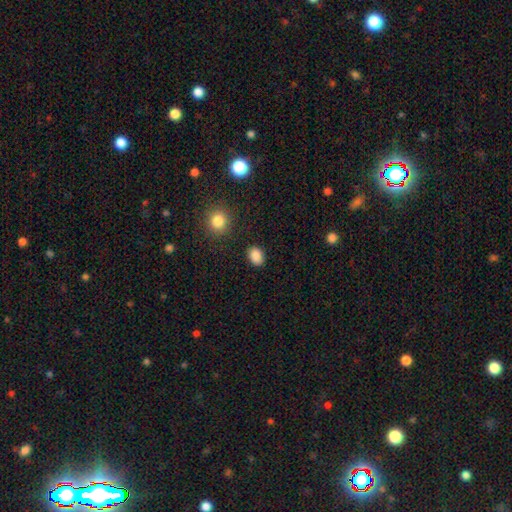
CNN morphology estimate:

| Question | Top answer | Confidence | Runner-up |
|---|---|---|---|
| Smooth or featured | smooth | 88% | star or artifact (9%) |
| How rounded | in between | 69% | round (29%) |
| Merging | none | 86% | minor disturbance (9%) |